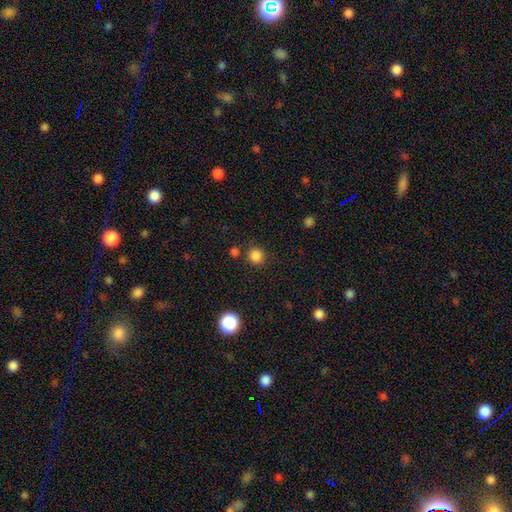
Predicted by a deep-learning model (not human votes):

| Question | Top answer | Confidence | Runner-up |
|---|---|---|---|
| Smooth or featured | smooth | 84% | star or artifact (13%) |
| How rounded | round | 93% | in between (6%) |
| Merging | none | 84% | minor disturbance (8%) |